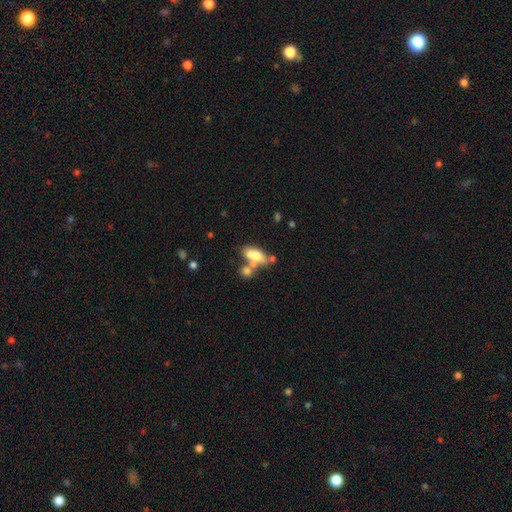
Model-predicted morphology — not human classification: Smooth or featured?
  - smooth: 59% *
  - featured or disk: 31%
  - star or artifact: 9%
How rounded?
  - in between: 78% *
  - cigar-shaped: 13%
  - round: 9%
Merging?
  - merger: 45% *
  - none: 34%
  - minor disturbance: 13%
  - major disturbance: 8%